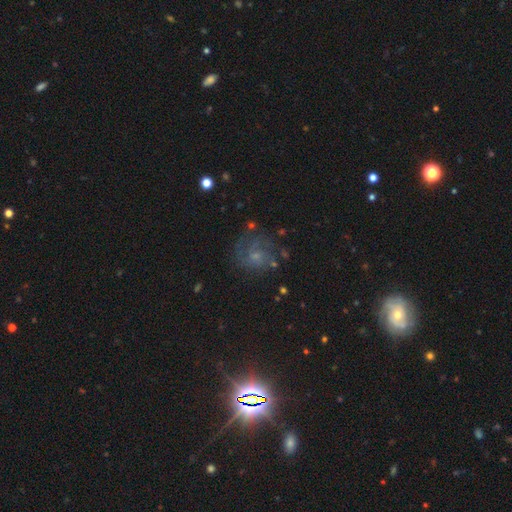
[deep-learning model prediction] smooth_or_featured: featured or disk (p=0.57) [alt: smooth p=0.27]
disk_edge_on: no (p=0.98) [alt: yes p=0.02]
bar: no (p=0.74) [alt: weak p=0.23]
has_spiral_arms: yes (p=0.79) [alt: no p=0.21]
bulge_size: small (p=0.57) [alt: moderate p=0.26]
merging: none (p=0.57) [alt: major disturbance p=0.20]